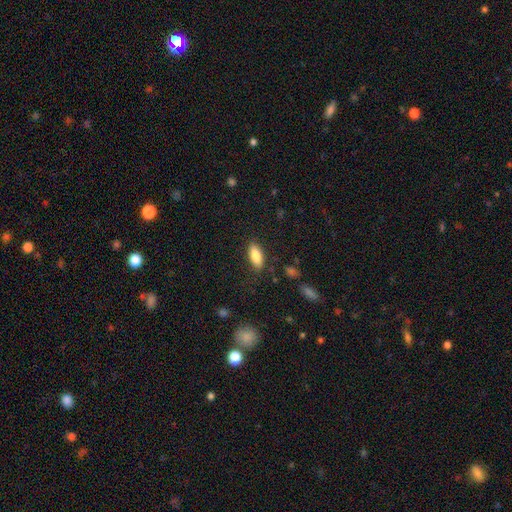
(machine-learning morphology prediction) smooth 85%, featured or disk 8%, star or artifact 7%. Down the decision tree: how rounded — in between (80%); merging — none (82%).